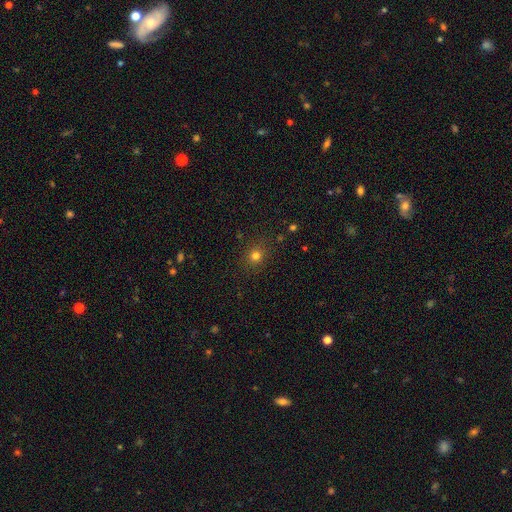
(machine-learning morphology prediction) The model was most divided on "smooth or featured": smooth: 76%, star or artifact: 18%, featured or disk: 6%. More confident: merging — none (87%); how rounded — round (84%).